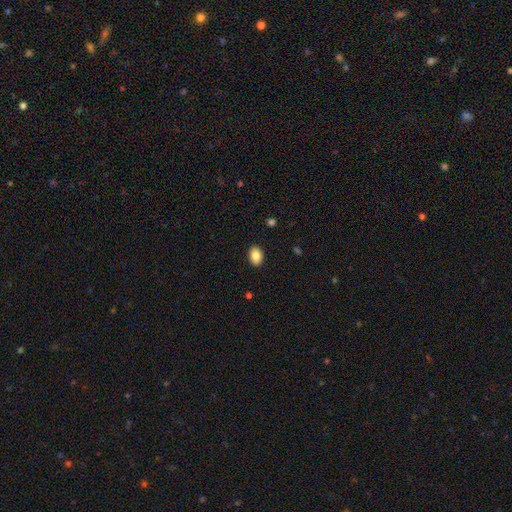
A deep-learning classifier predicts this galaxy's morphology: Q: Smooth or featured?
A: smooth (85%); runner-up: star or artifact (8%)
Q: How rounded?
A: in between (83%); runner-up: round (15%)
Q: Merging?
A: none (90%); runner-up: minor disturbance (8%)